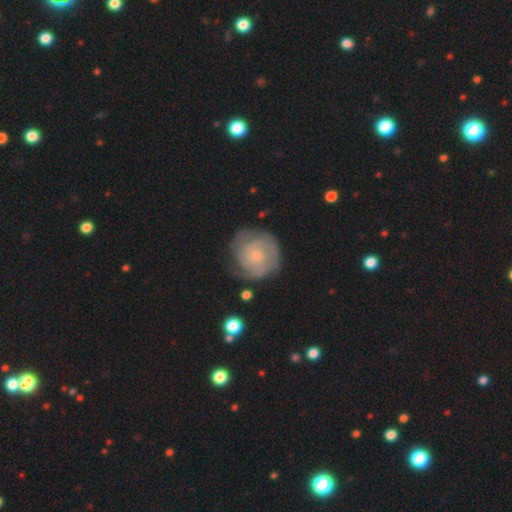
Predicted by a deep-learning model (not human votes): Morphology: type=featured or disk (73%); edge-on=no (98%); bar=no (76%); spiral arms=yes (91%); winding=tight (66%); arm count=can't tell (36%); bulge=small (71%); merging=none (67%).